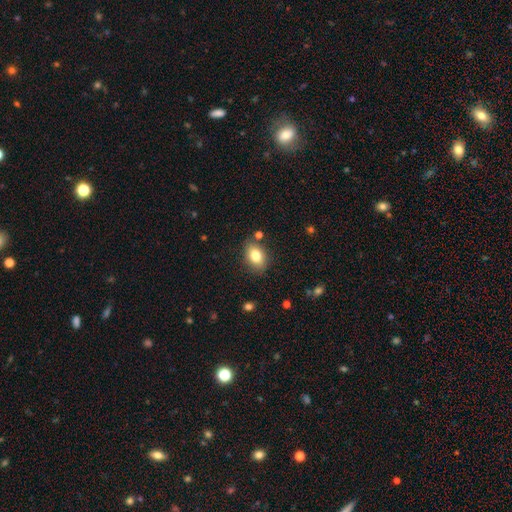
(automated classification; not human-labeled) This is clearly a smooth galaxy (81%). How rounded: likely in between (80%). Merging: clearly none (81%).